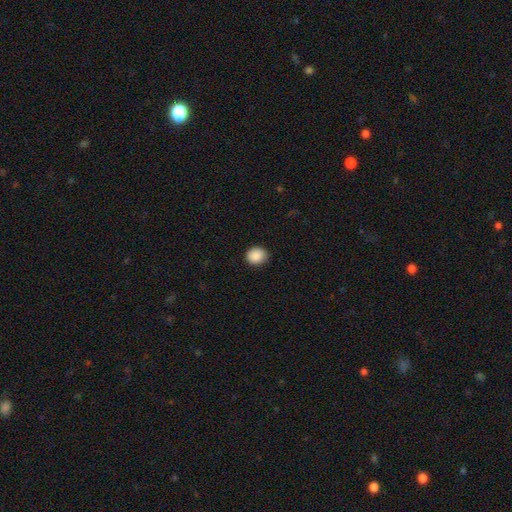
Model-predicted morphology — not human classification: Smooth or featured? Predicted: smooth (p=0.89). How rounded? Predicted: round (p=0.74). Merging? Predicted: none (p=0.86).